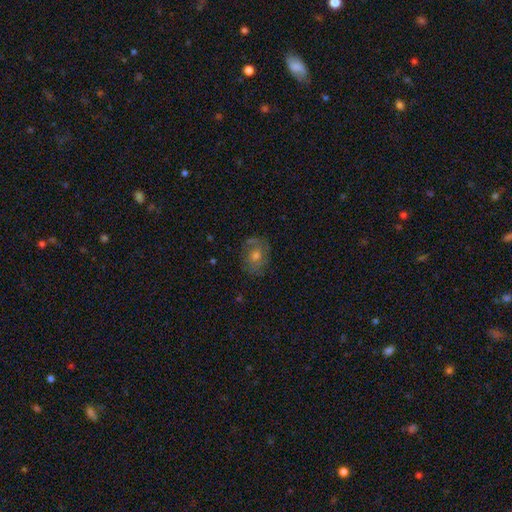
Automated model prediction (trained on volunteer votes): Overall: smooth (48%; featured or disk 39%). Merging: none (74%).